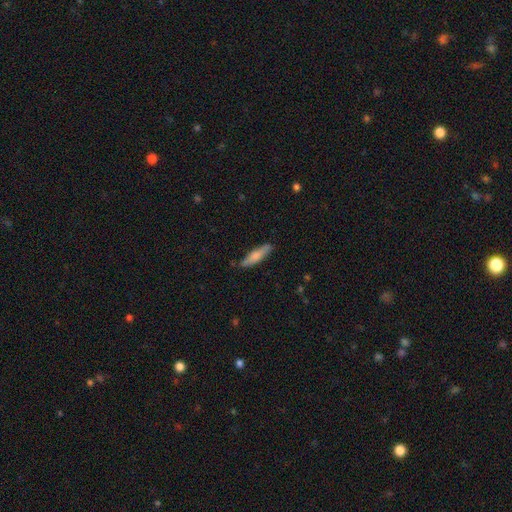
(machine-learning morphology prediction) Q: Smooth or featured?
A: smooth (71%); runner-up: featured or disk (24%)
Q: How rounded?
A: cigar-shaped (69%); runner-up: in between (29%)
Q: Merging?
A: none (81%); runner-up: minor disturbance (15%)